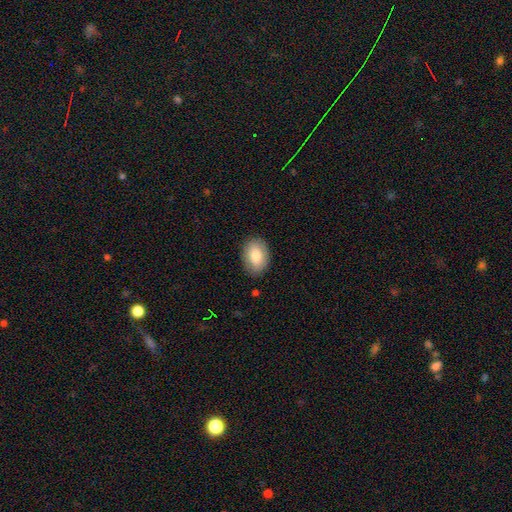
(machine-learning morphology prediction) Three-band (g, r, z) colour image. It shows a smooth galaxy with no disk features (81%) that is in between round and cigar-shaped (84%). Merging: none (85%).